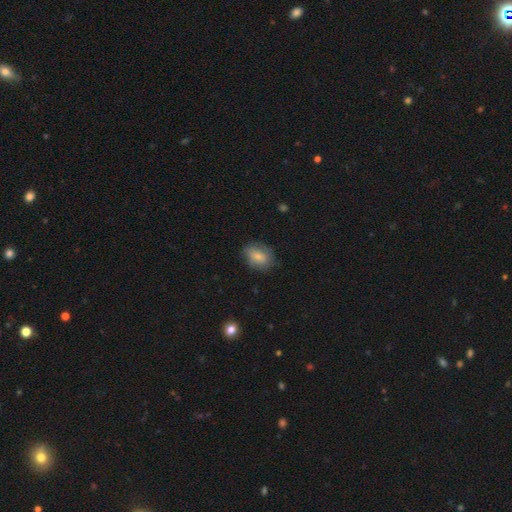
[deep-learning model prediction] The model was most divided on "how rounded": in between: 71%, round: 27%, cigar-shaped: 2%. More confident: merging — none (77%); smooth or featured — smooth (71%).